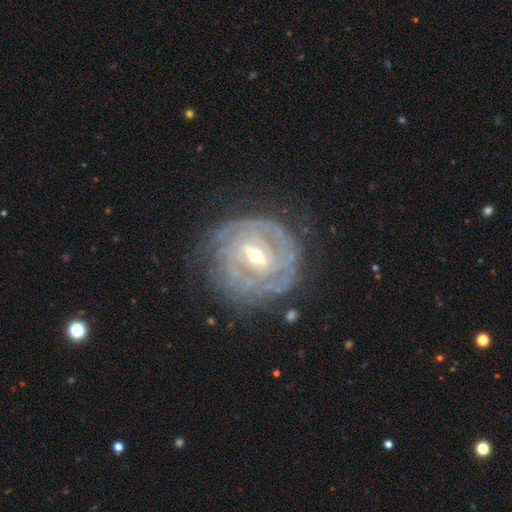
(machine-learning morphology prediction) Smooth or featured? Predicted: featured or disk (p=0.87). Edge-on disk? Predicted: no (p=0.96). Bar? Predicted: weak (p=0.49). Spiral arms? Predicted: yes (p=0.91). Spiral winding? Predicted: tight (p=0.78). Spiral arm count? Predicted: can't tell (p=0.43). Bulge size? Predicted: moderate (p=0.61). Merging? Predicted: none (p=0.73).